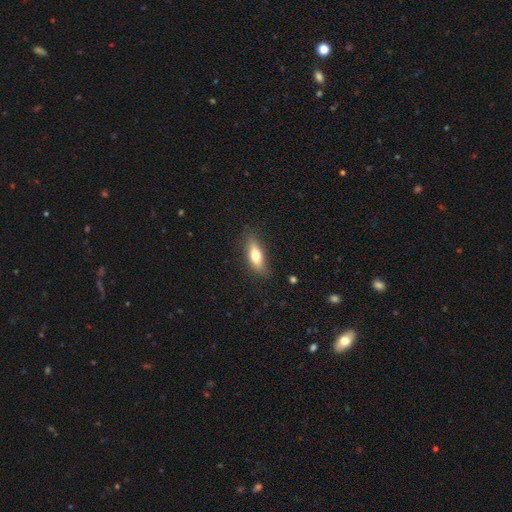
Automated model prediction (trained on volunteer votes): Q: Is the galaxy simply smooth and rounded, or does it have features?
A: smooth — 69%.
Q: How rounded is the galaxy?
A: in between — 59%.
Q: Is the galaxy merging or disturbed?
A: none — 83%.